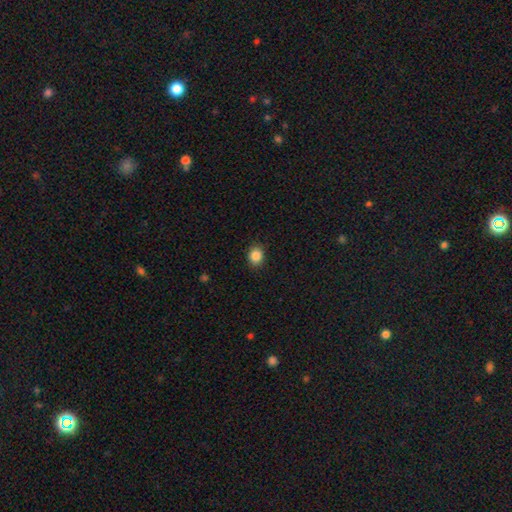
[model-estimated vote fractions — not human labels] A smooth galaxy with no disk features (87%) that is round (59%). Merging: none (89%).